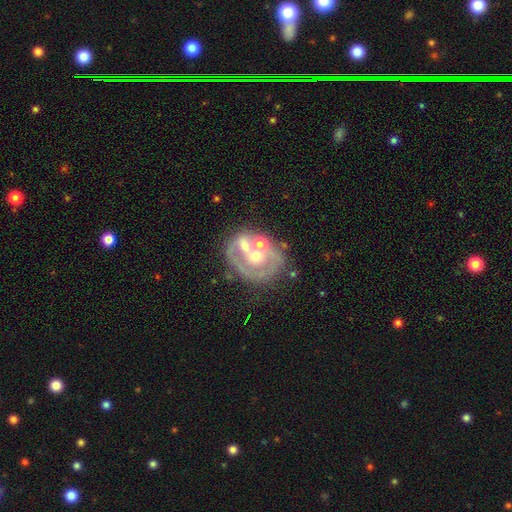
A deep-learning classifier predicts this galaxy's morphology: Smooth or featured: featured or disk — 74% (smooth — 18%)
Edge-on disk: no — 98% (yes — 2%)
Bar: no — 79% (weak — 16%)
Spiral arms: no — 60% (yes — 40%)
Bulge size: moderate — 53% (small — 33%)
Merging: none — 41% (merger — 28%)